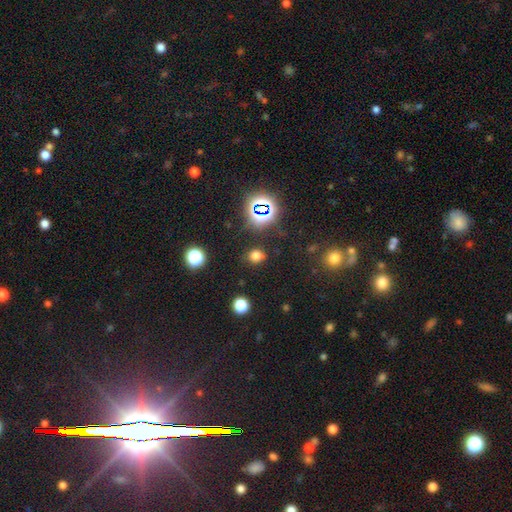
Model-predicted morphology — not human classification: This appears to be a smooth galaxy with no disk features (70%) that is round (64%). Merging: none (84%).